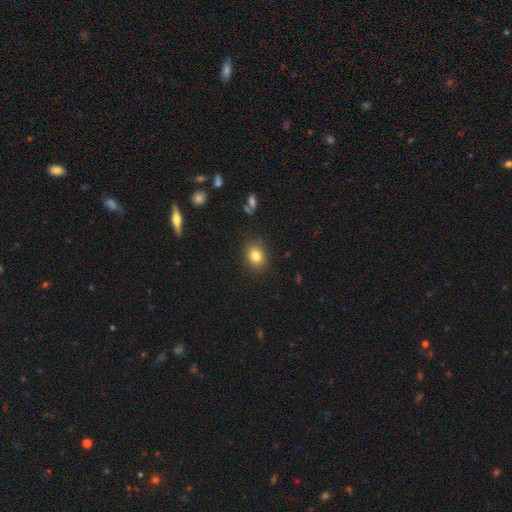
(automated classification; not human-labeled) A smooth galaxy with no disk features (82%) that is round (54%).

Vote fractions:
- Smooth or featured? smooth: 82% / star or artifact: 11% / featured or disk: 7%
- How rounded? round: 54% / in between: 45% / cigar-shaped: 1%
- Merging? none: 86% / minor disturbance: 10% / major disturbance: 3% / merger: 1%